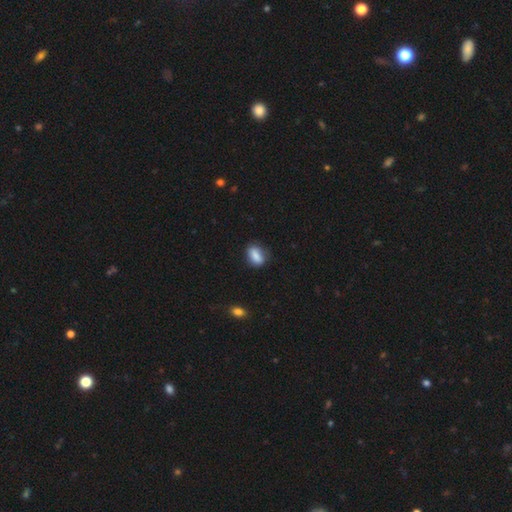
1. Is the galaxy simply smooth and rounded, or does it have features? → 85% smooth, 10% star or artifact, 5% featured or disk.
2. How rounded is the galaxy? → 79% in between, 15% cigar-shaped, 6% round.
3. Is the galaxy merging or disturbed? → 66% none, 26% minor disturbance, 9% major disturbance, 0% merger.